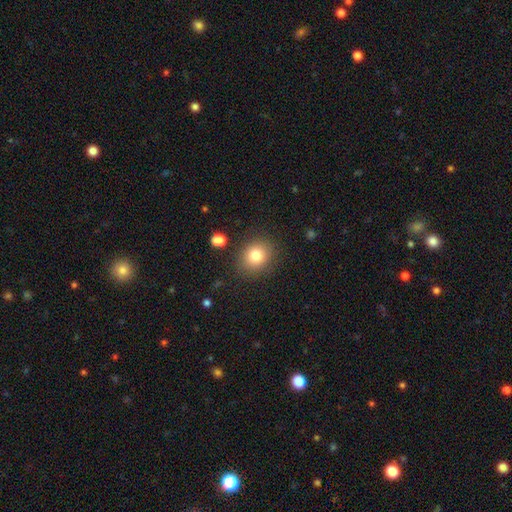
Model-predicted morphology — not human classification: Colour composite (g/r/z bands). It shows a smooth galaxy with no disk features (81%) that is round (72%). Merging: none (85%).